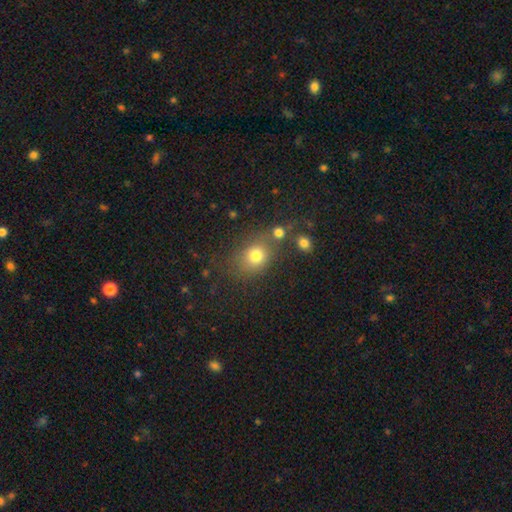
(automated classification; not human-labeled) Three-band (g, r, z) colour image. It shows a smooth galaxy with no disk features (76%) that is round (61%). Merging: none (63%).